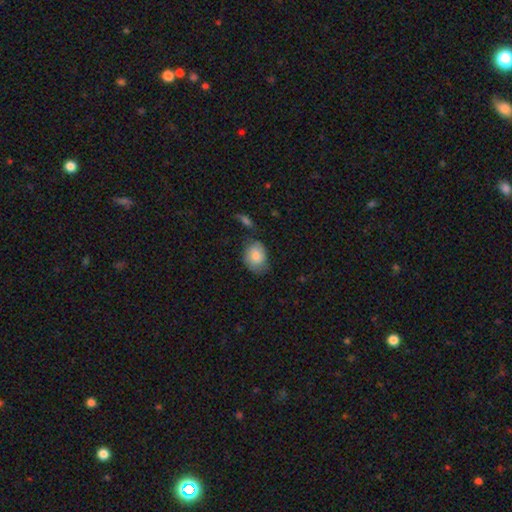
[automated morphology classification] smooth-or-featured: smooth: 80% | featured or disk: 13% | star or artifact: 7%
  how-rounded: in between: 71% | round: 28% | cigar-shaped: 1%
  merging: none: 57% | minor disturbance: 29% | major disturbance: 8% | merger: 5%